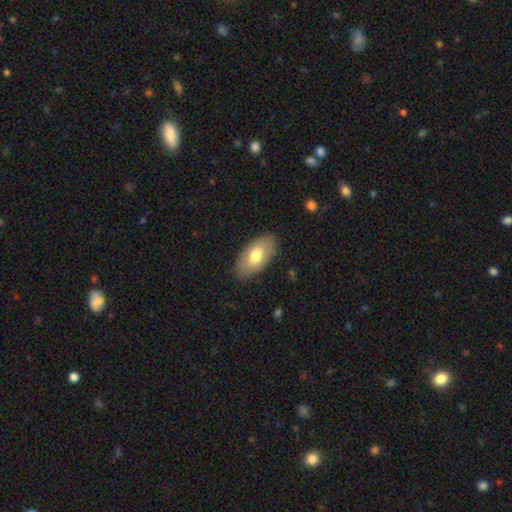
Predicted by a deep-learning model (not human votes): Smooth or featured? smooth (70%)
How rounded? in between (93%)
Merging? none (85%)